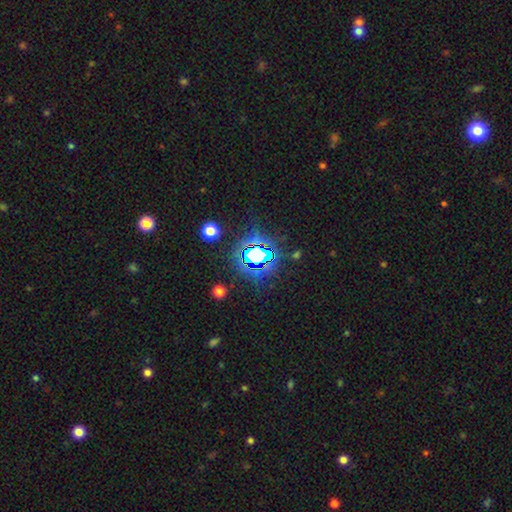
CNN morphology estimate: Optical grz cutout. It shows a star or artifact, not a galaxy (73%).